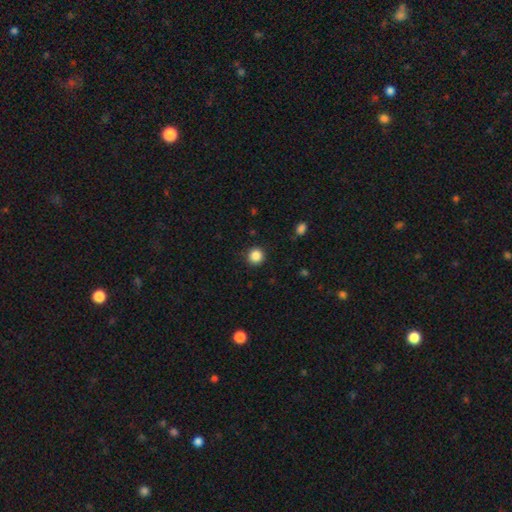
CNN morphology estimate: The model was most divided on "smooth or featured": smooth: 86%, star or artifact: 11%, featured or disk: 3%. More confident: how rounded — round (94%); merging — none (90%).